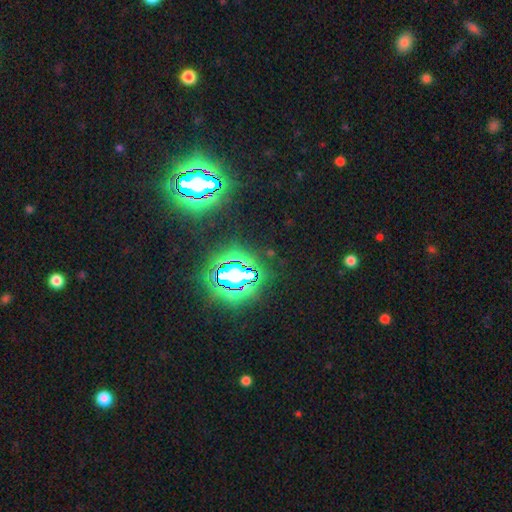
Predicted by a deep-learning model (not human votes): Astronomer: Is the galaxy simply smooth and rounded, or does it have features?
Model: star or artifact — 84%.